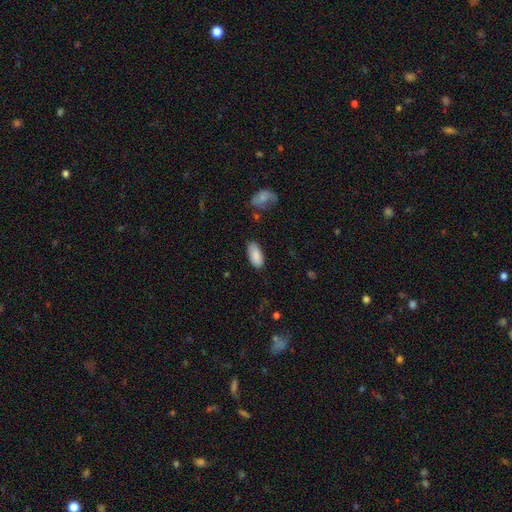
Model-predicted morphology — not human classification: smooth_or_featured: smooth (p=0.87) [alt: star or artifact p=0.07]
how_rounded: in between (p=0.92) [alt: cigar-shaped p=0.06]
merging: none (p=0.79) [alt: minor disturbance p=0.16]